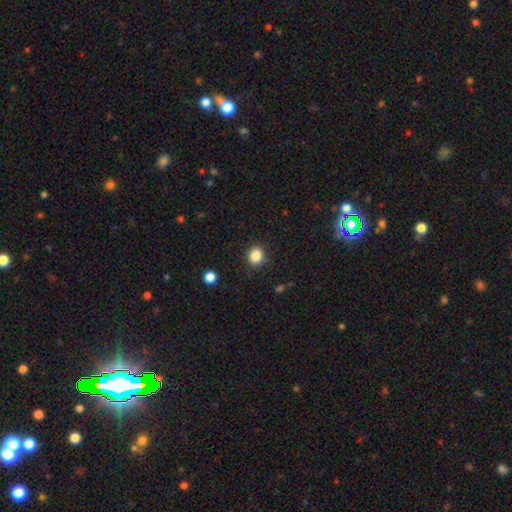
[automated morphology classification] smooth-or-featured: smooth: 85% | star or artifact: 11% | featured or disk: 4%
  how-rounded: round: 74% | in between: 25% | cigar-shaped: 1%
  merging: none: 87% | minor disturbance: 9% | major disturbance: 3% | merger: 1%